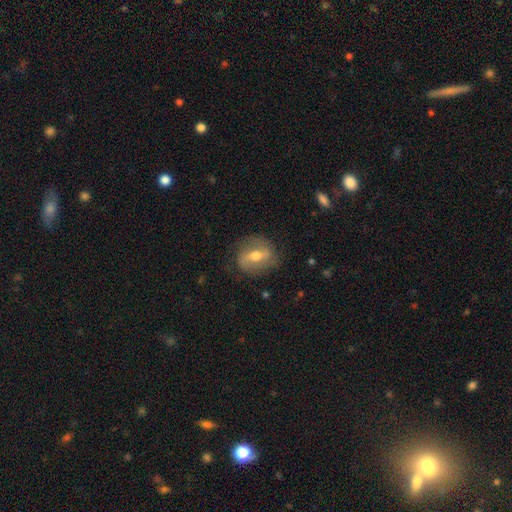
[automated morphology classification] This appears to be a featured or disk galaxy (62%) with a strong bar (49%), spiral arms (63%) and a moderate central bulge (70%). Merging: none (77%).